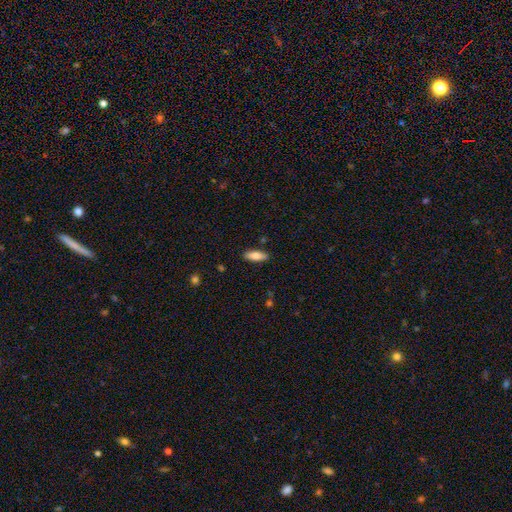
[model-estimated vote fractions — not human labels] smooth-or-featured: smooth: 79% | featured or disk: 15% | star or artifact: 6%
  how-rounded: in between: 66% | cigar-shaped: 32% | round: 2%
  merging: none: 88% | minor disturbance: 9% | major disturbance: 2% | merger: 1%